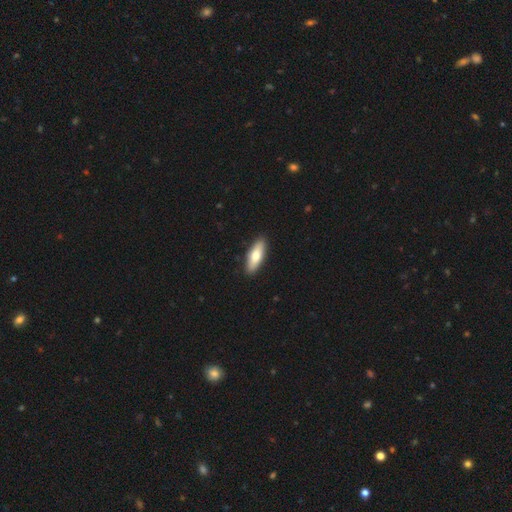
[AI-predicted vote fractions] Smooth or featured? Predicted: smooth (p=0.74). How rounded? Predicted: in between (p=0.58). Merging? Predicted: none (p=0.90).